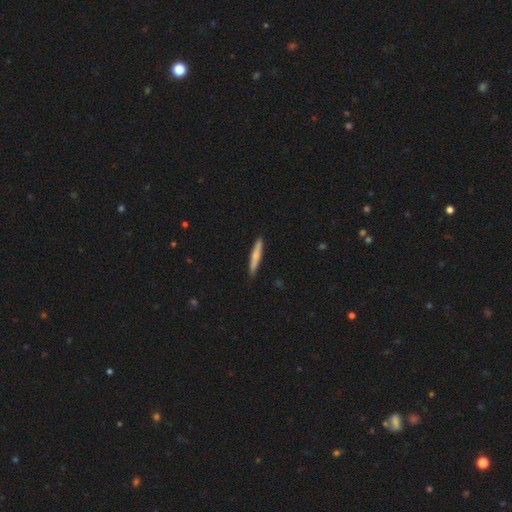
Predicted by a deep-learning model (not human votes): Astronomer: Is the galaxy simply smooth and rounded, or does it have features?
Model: smooth — 66%.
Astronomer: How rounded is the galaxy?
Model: cigar-shaped — 93%.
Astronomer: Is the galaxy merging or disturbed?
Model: none — 89%.